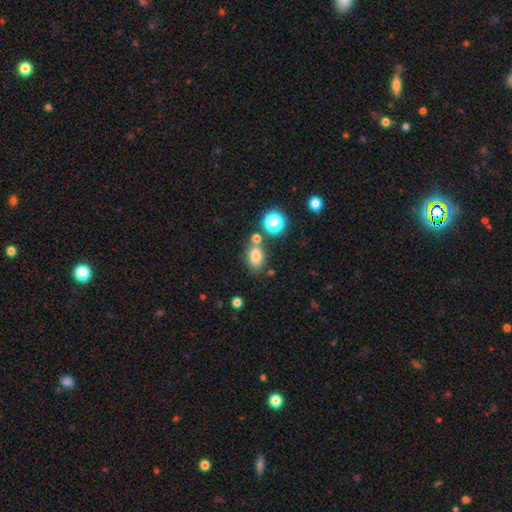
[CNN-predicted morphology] This is likely a smooth galaxy (77%). How rounded: likely in between (77%). Merging: likely none (65%).